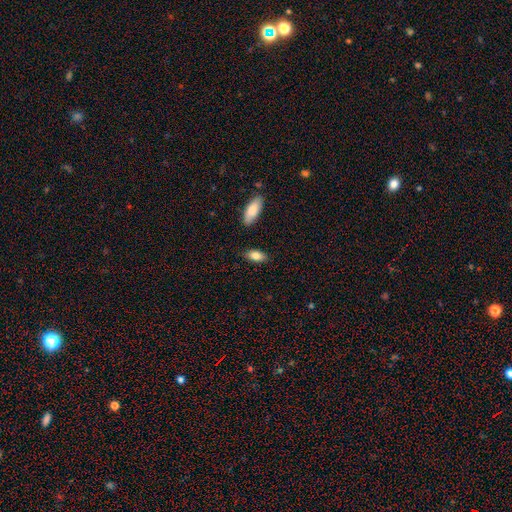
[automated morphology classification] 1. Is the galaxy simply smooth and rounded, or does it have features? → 83% smooth, 11% featured or disk, 7% star or artifact.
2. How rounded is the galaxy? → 88% in between, 9% cigar-shaped, 3% round.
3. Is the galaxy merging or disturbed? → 85% none, 10% minor disturbance, 2% merger, 2% major disturbance.